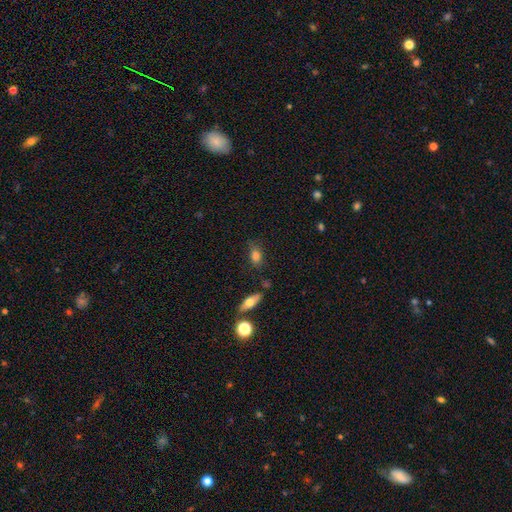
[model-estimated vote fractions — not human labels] Smooth or featured: smooth — 80% (featured or disk — 11%)
How rounded: in between — 78% (round — 15%)
Merging: none — 68% (minor disturbance — 21%)